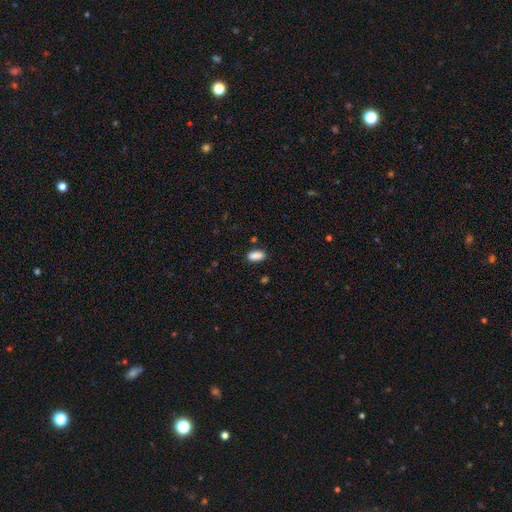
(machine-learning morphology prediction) Smooth or featured: smooth — 88% (star or artifact — 8%)
How rounded: in between — 87% (cigar-shaped — 9%)
Merging: none — 84% (minor disturbance — 11%)